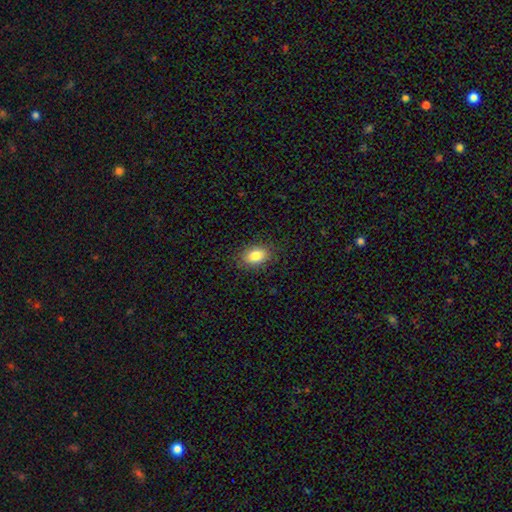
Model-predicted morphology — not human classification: type=smooth (84%); roundness=in between (83%); merging=none (86%).